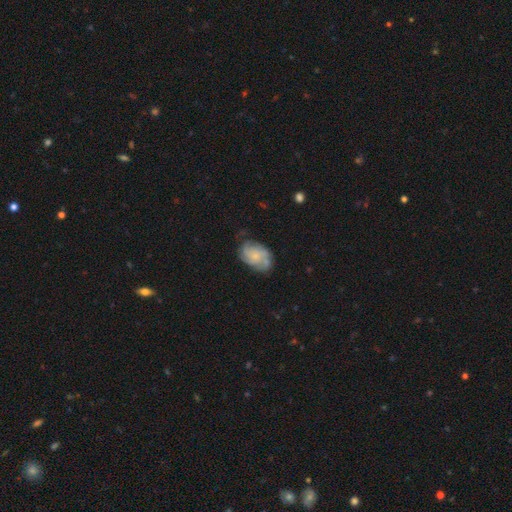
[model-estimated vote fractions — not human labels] Morphology: type=featured or disk (66%); edge-on=no (97%); bar=no (76%); spiral arms=yes (88%); winding=medium (41%); arm count=can't tell (30%); bulge=small (66%); merging=none (61%).